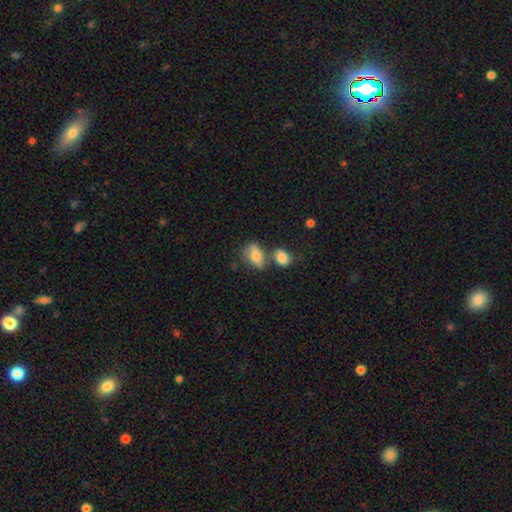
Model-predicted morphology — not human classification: smooth-or-featured: smooth: 73% | featured or disk: 18% | star or artifact: 9%
  how-rounded: in between: 80% | round: 13% | cigar-shaped: 7%
  merging: none: 43% | merger: 30% | minor disturbance: 18% | major disturbance: 8%